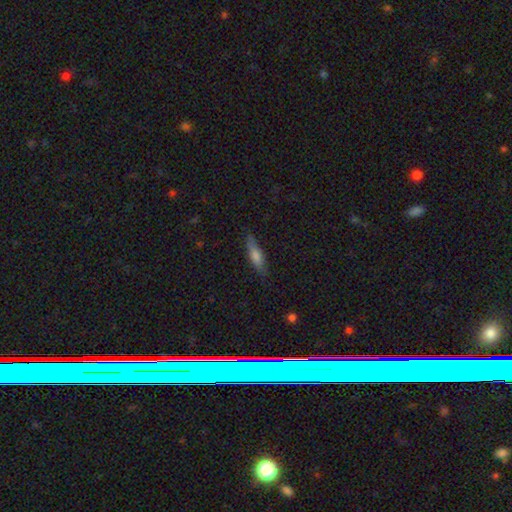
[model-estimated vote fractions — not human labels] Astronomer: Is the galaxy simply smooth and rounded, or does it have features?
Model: smooth — 64%.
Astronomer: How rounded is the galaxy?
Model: cigar-shaped — 69%.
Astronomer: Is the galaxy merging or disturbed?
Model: none — 82%.